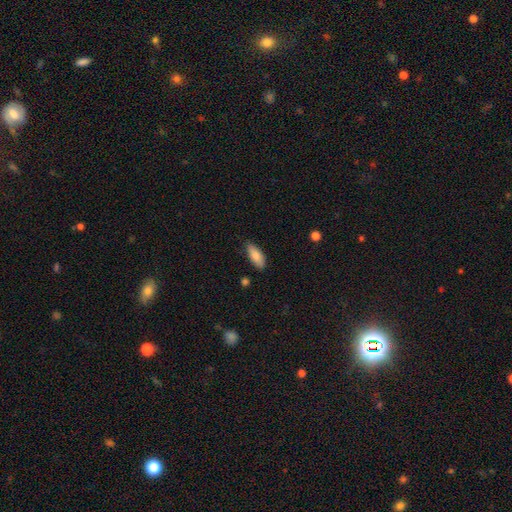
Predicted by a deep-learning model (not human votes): Overall: smooth (86%). How rounded: in between (80%). Merging: none (83%).